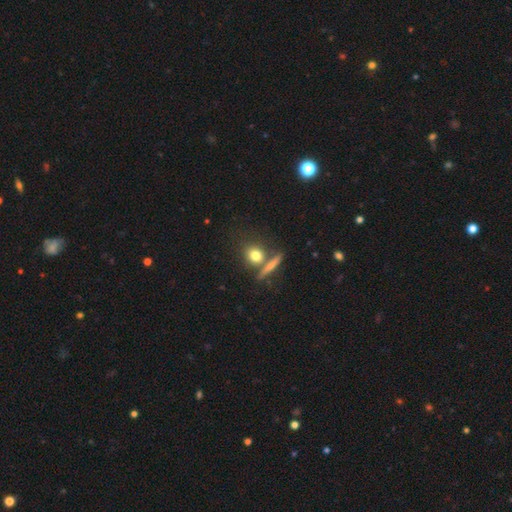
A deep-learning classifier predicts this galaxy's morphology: Smooth or featured? Predicted: smooth (p=0.74). How rounded? Predicted: round (p=0.70). Merging? Predicted: none (p=0.61).